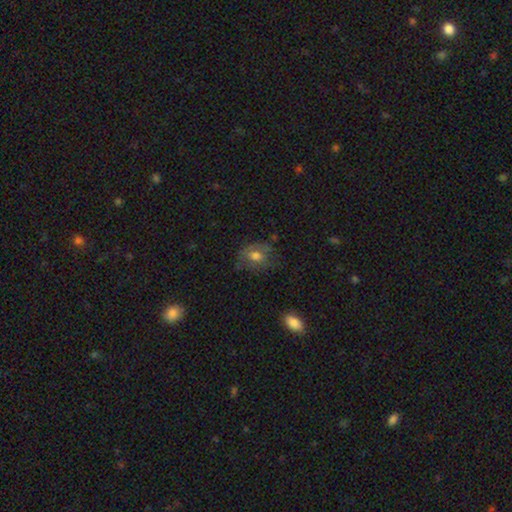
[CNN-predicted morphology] A smooth galaxy with no disk features (54%) that is in between round and cigar-shaped (62%).

Vote fractions:
- Smooth or featured? smooth: 54% / featured or disk: 34% / star or artifact: 11%
- How rounded? in between: 62% / round: 36% / cigar-shaped: 2%
- Merging? none: 55% / minor disturbance: 27% / major disturbance: 16% / merger: 2%